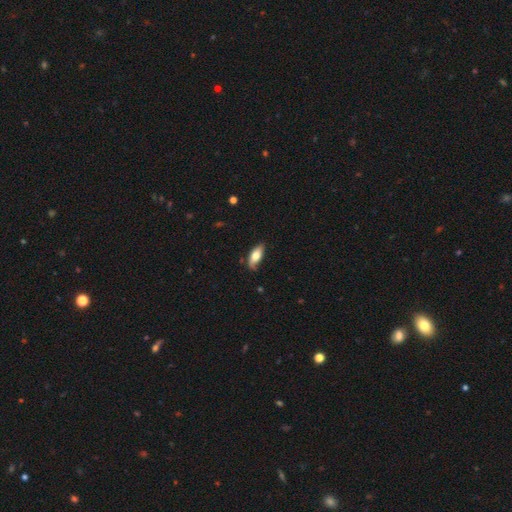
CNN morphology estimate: Smooth or featured? smooth (69%)
How rounded? in between (78%)
Merging? none (69%)